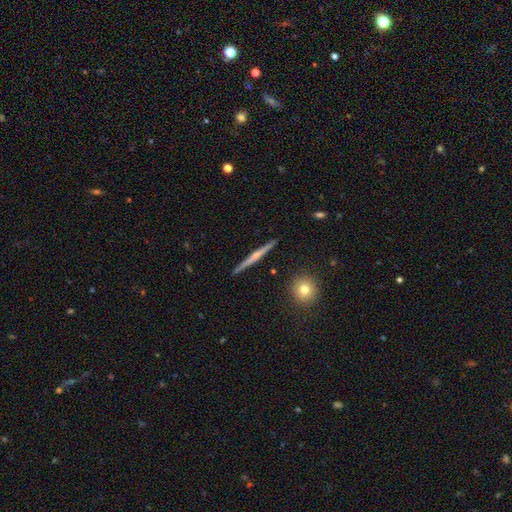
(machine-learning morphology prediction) Smooth or featured?
  - featured or disk: 71% *
  - smooth: 23%
  - star or artifact: 6%
Edge-on disk?
  - yes: 98% *
  - no: 2%
Edge-on bulge?
  - rounded: 60% *
  - none: 31%
  - boxy: 9%
Merging?
  - none: 92% *
  - minor disturbance: 6%
  - merger: 1%
  - major disturbance: 1%